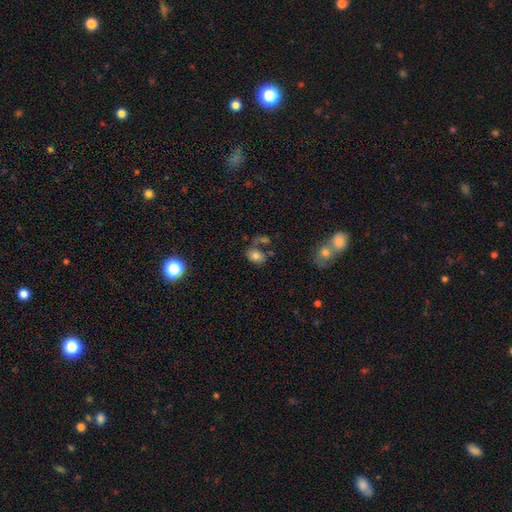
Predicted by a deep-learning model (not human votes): Smooth or featured?
  - smooth: 73% *
  - featured or disk: 15%
  - star or artifact: 12%
How rounded?
  - in between: 78% *
  - round: 21%
  - cigar-shaped: 1%
Merging?
  - none: 44% *
  - merger: 25%
  - minor disturbance: 18%
  - major disturbance: 13%